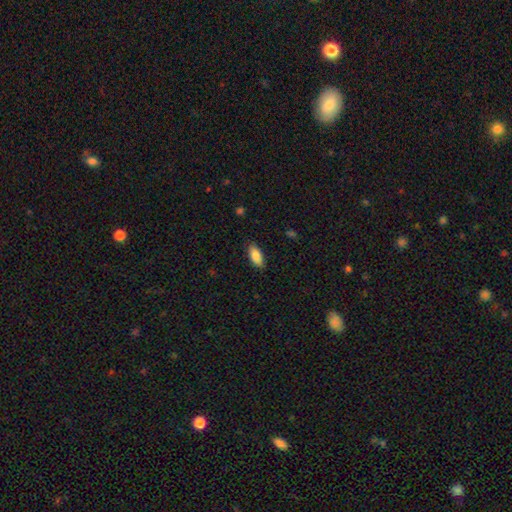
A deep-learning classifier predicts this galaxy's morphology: type=smooth (85%); roundness=in between (88%); merging=none (85%).